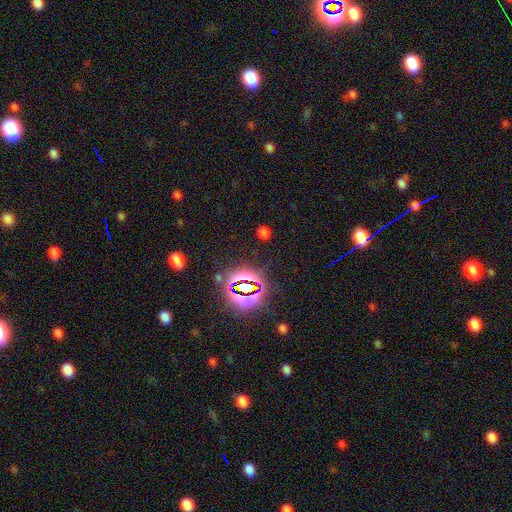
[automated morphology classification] Q: Smooth or featured?
A: star or artifact (81%); runner-up: smooth (12%)